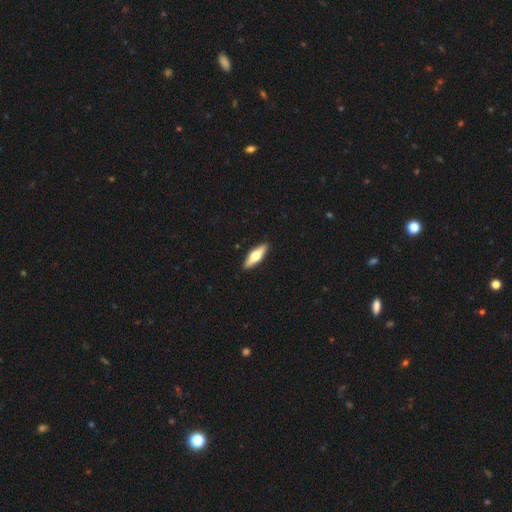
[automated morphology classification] type=smooth (49%); merging=none (91%).